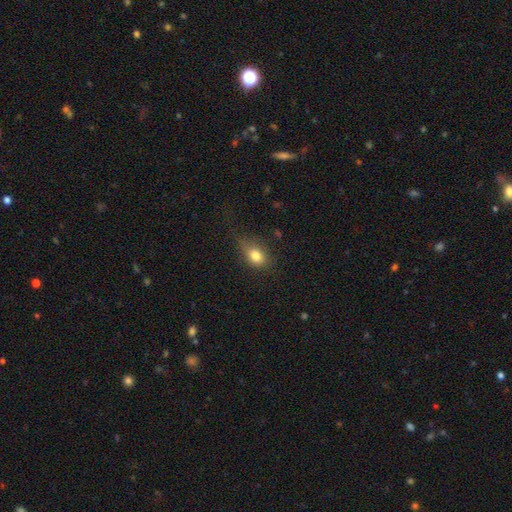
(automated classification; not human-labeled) A smooth galaxy with no disk features (79%) that is in between round and cigar-shaped (71%). Merging: none (57%).